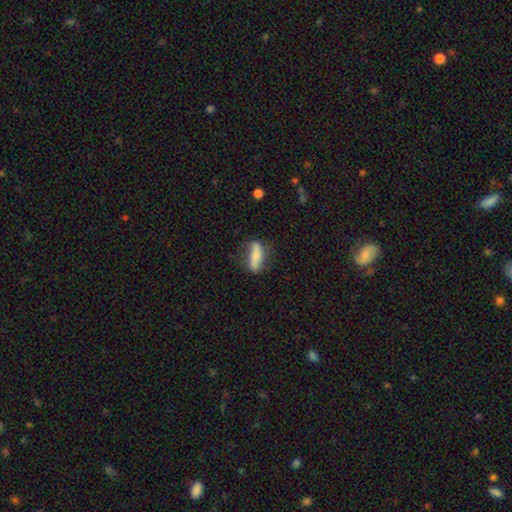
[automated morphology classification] A smooth galaxy with no disk features (68%) that is cigar-shaped (55%). Merging: none (62%).